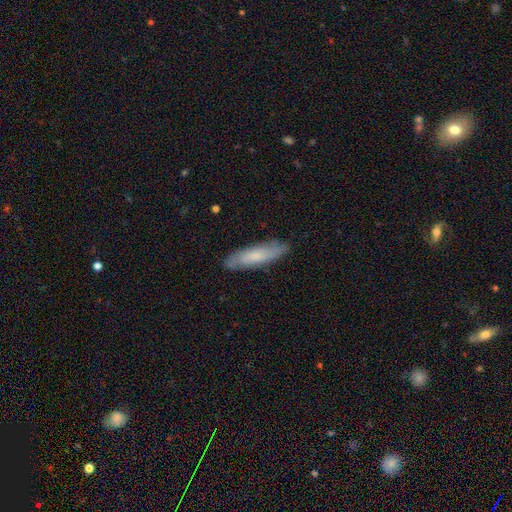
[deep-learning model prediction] Morphology: type=smooth (60%); roundness=cigar-shaped (70%); merging=none (85%).